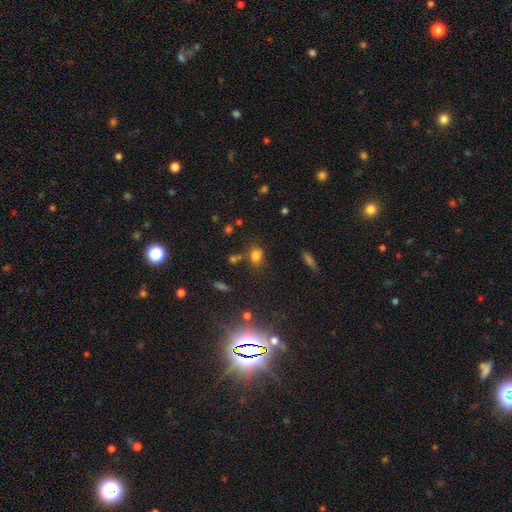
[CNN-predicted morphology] Smooth or featured?
  - smooth: 74% *
  - star or artifact: 18%
  - featured or disk: 8%
How rounded?
  - in between: 54% *
  - round: 44%
  - cigar-shaped: 2%
Merging?
  - none: 64% *
  - minor disturbance: 17%
  - merger: 12%
  - major disturbance: 7%